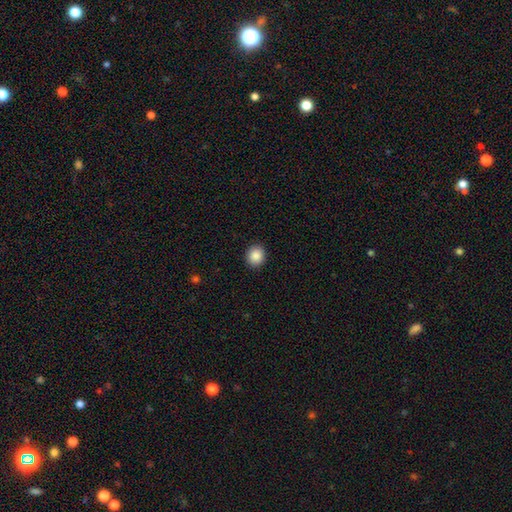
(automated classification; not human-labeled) Overall: smooth (88%). How rounded: round (77%). Merging: none (92%).